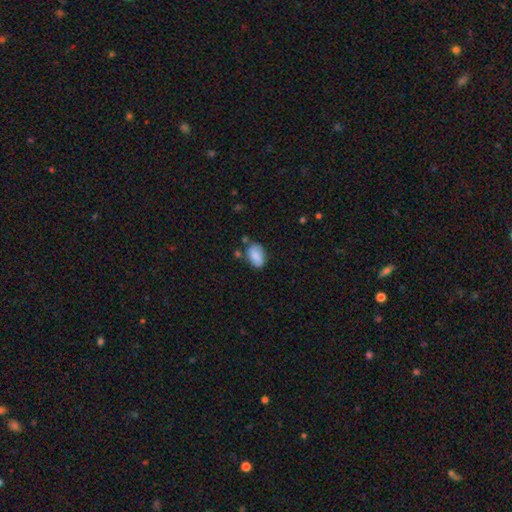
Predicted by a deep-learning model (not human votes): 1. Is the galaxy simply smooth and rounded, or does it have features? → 81% smooth, 12% featured or disk, 7% star or artifact.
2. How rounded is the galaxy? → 88% in between, 10% round, 2% cigar-shaped.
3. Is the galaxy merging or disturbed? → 67% none, 22% minor disturbance, 7% merger, 5% major disturbance.